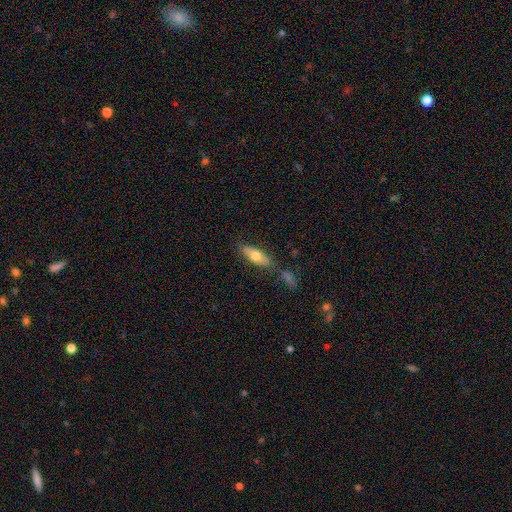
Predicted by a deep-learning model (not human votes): smooth 64%, featured or disk 30%, star or artifact 6%. Down the decision tree: how rounded — in between (69%); merging — none (70%).